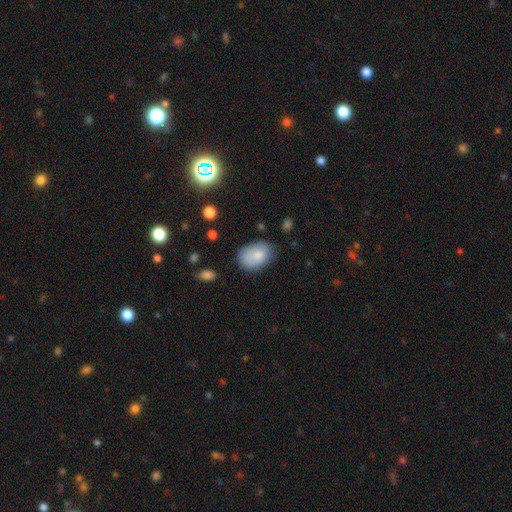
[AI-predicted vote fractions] Overall: smooth (83%). How rounded: in between (86%). Merging: none (68%).